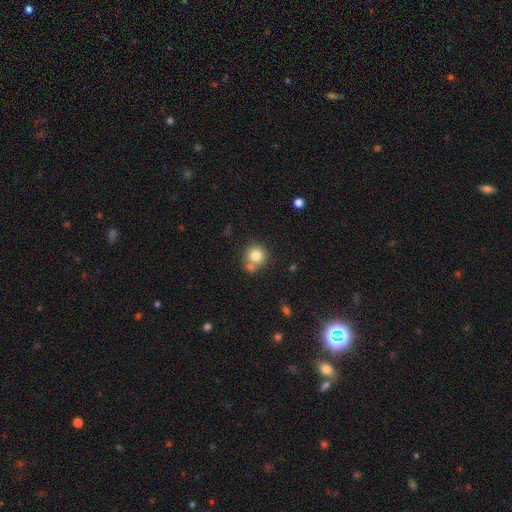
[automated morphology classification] type=smooth (81%); roundness=round (91%); merging=none (61%).